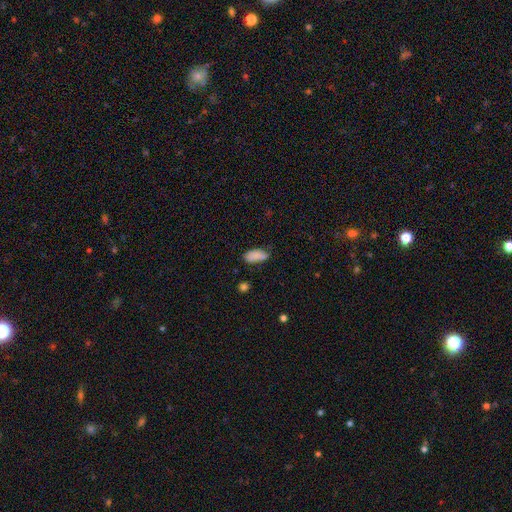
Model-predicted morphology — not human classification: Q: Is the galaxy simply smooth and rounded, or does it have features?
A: smooth — 84%.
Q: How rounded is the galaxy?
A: in between — 88%.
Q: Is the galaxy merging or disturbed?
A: none — 56%.